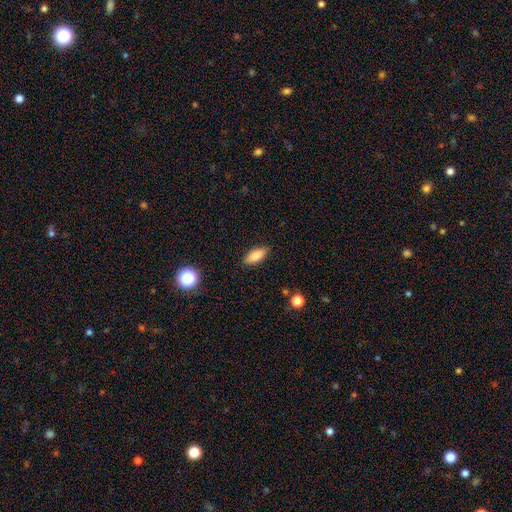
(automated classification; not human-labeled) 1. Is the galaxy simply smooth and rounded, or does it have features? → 85% smooth, 8% star or artifact, 8% featured or disk.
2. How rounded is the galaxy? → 84% in between, 13% cigar-shaped, 3% round.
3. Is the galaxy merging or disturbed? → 87% none, 9% minor disturbance, 2% major disturbance, 1% merger.